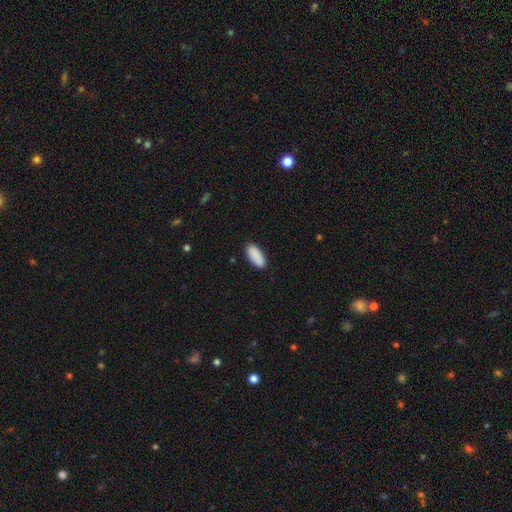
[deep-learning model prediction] This is clearly a smooth galaxy (91%). How rounded: clearly in between (90%). Merging: clearly none (88%).